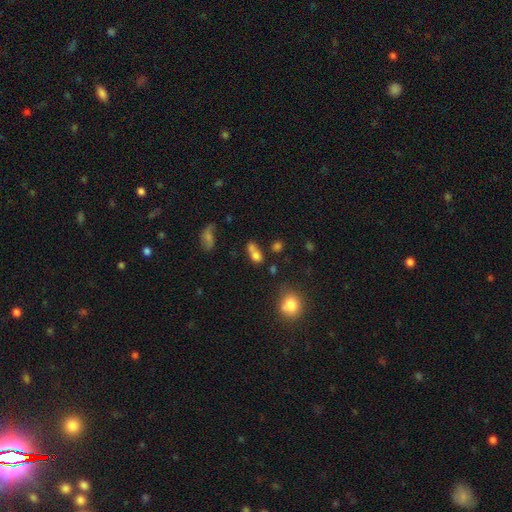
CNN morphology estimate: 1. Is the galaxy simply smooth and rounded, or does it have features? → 72% smooth, 15% featured or disk, 13% star or artifact.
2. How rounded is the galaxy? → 59% in between, 35% round, 6% cigar-shaped.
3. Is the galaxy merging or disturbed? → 46% merger, 32% none, 13% minor disturbance, 9% major disturbance.